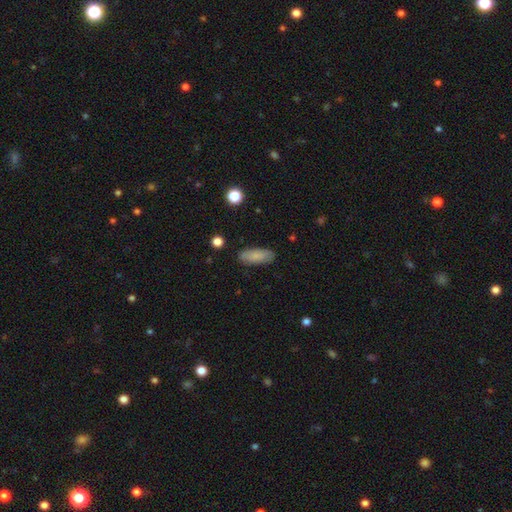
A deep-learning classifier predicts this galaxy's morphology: smooth-or-featured: smooth: 84% | featured or disk: 9% | star or artifact: 7%
  how-rounded: in between: 71% | cigar-shaped: 27% | round: 2%
  merging: none: 87% | minor disturbance: 10% | major disturbance: 2% | merger: 1%